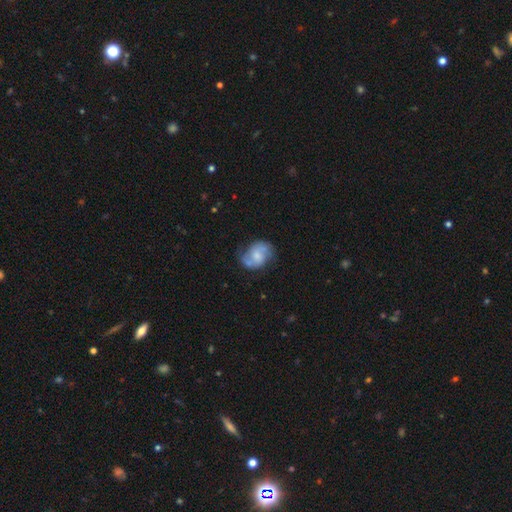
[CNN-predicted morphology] Smooth or featured? featured or disk (65%)
Edge-on disk? no (97%)
Bar? no (58%)
Spiral arms? yes (89%)
Spiral winding? medium (48%)
Spiral arm count? 2 (84%)
Bulge size? moderate (38%)
Merging? none (62%)